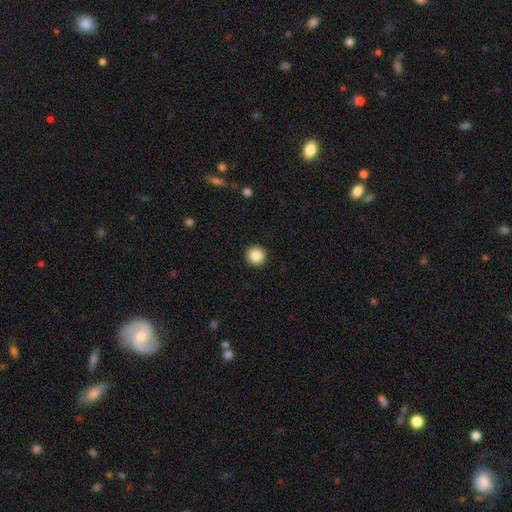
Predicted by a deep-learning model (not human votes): Overall: smooth (87%). How rounded: round (95%). Merging: none (93%).